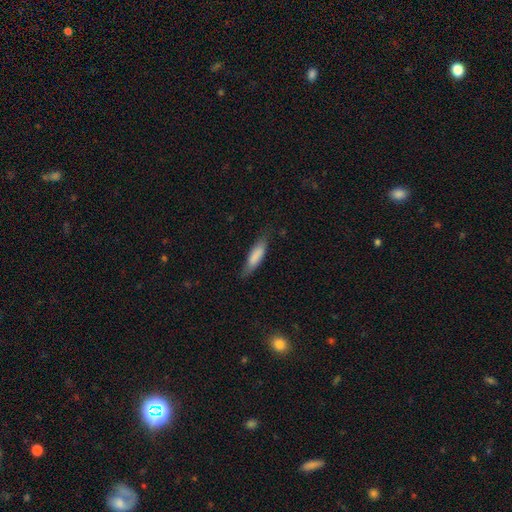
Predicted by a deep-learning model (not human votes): This is clearly a smooth galaxy (80%). How rounded: possibly cigar-shaped (60%). Merging: likely none (72%).